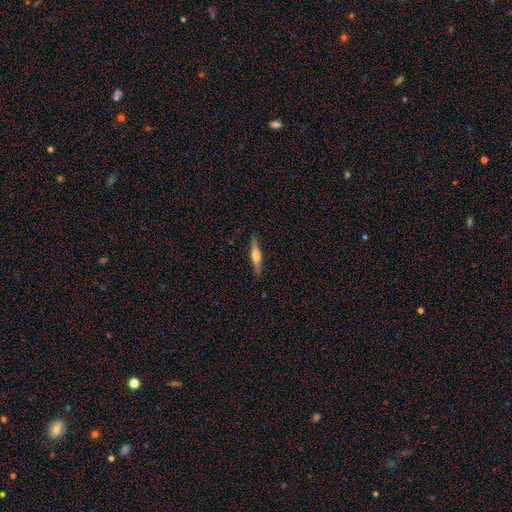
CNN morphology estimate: Smooth or featured?
  - featured or disk: 60% *
  - smooth: 35%
  - star or artifact: 6%
Edge-on disk?
  - yes: 97% *
  - no: 3%
Edge-on bulge?
  - rounded: 90% *
  - boxy: 6%
  - none: 4%
Merging?
  - none: 89% *
  - minor disturbance: 8%
  - major disturbance: 2%
  - merger: 1%